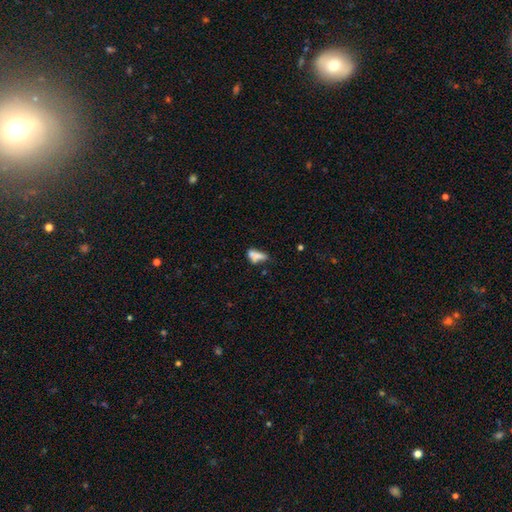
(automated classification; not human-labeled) Morphology: type=smooth (67%); roundness=in between (70%); merging=merger (33%).